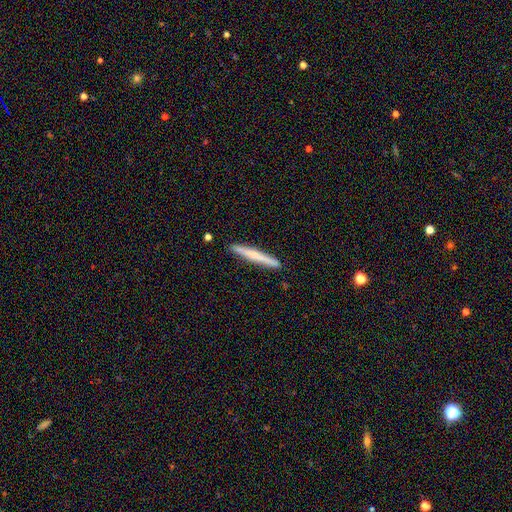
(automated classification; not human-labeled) smooth 61%, featured or disk 33%, star or artifact 6%. Down the decision tree: how rounded — cigar-shaped (97%); merging — none (91%).